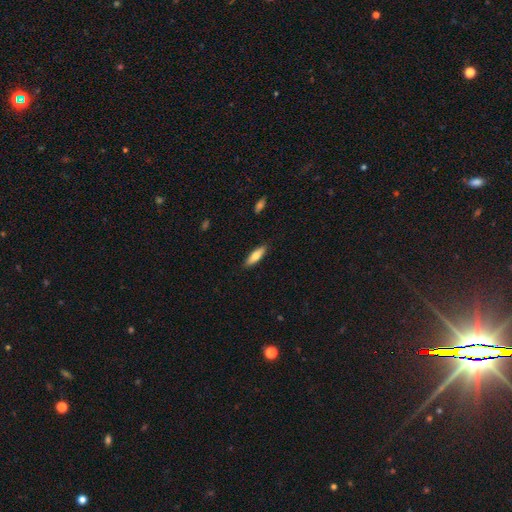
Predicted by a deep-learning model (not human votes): A smooth galaxy with no disk features (70%) that is cigar-shaped (54%). Merging: none (88%).